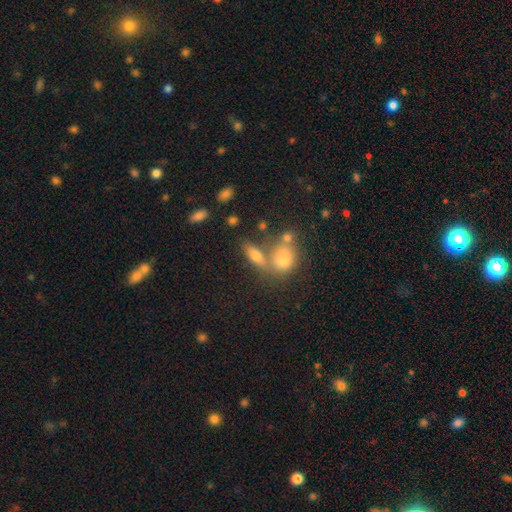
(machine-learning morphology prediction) Smooth or featured: smooth — 72% (featured or disk — 16%)
How rounded: in between — 65% (cigar-shaped — 23%)
Merging: none — 51% (merger — 31%)